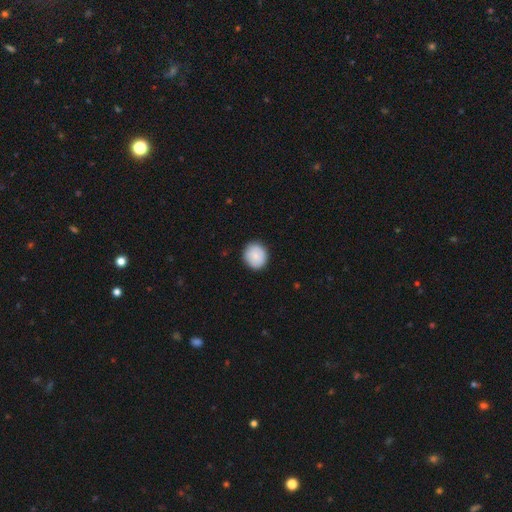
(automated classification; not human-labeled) Q: Smooth or featured?
A: smooth (83%); runner-up: featured or disk (10%)
Q: How rounded?
A: round (87%); runner-up: in between (12%)
Q: Merging?
A: none (89%); runner-up: minor disturbance (8%)